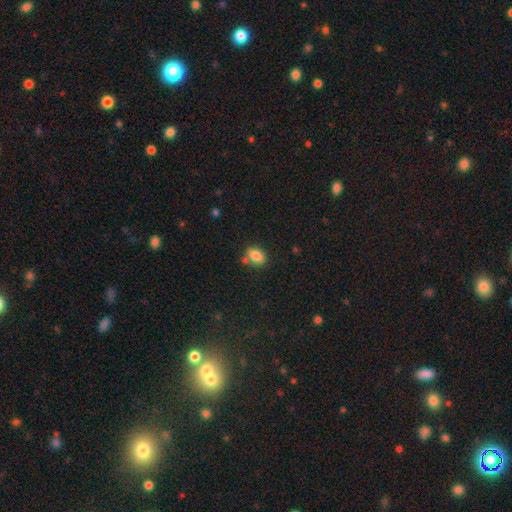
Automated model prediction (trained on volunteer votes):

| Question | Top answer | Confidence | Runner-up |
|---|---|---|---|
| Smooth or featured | smooth | 83% | star or artifact (9%) |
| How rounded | in between | 78% | round (20%) |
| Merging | none | 69% | minor disturbance (16%) |